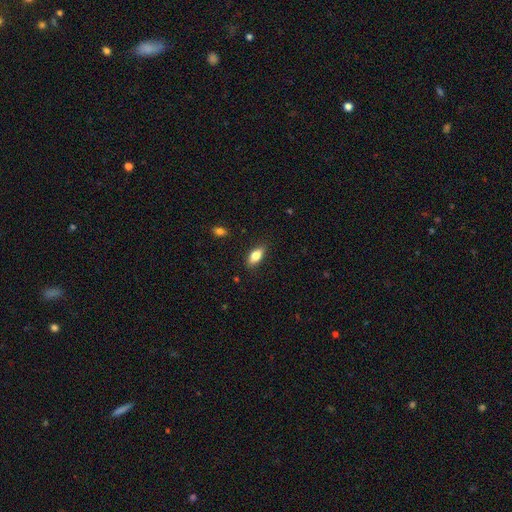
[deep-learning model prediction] smooth-or-featured: smooth: 79% | featured or disk: 14% | star or artifact: 7%
  how-rounded: in between: 85% | cigar-shaped: 12% | round: 4%
  merging: none: 85% | minor disturbance: 11% | major disturbance: 2% | merger: 1%